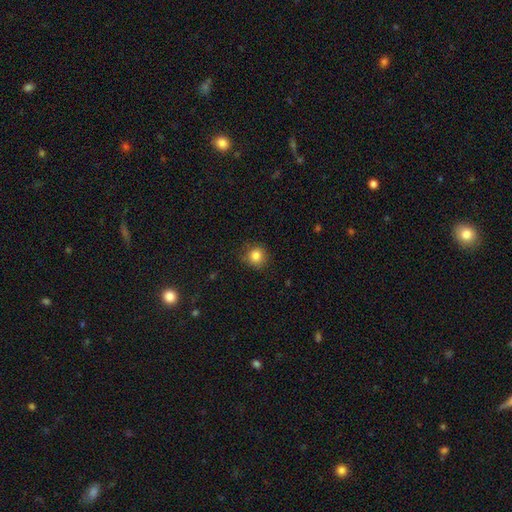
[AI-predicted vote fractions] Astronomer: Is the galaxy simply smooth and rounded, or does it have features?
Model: smooth — 84%.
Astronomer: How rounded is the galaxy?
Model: round — 90%.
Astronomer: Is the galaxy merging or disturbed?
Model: none — 83%.